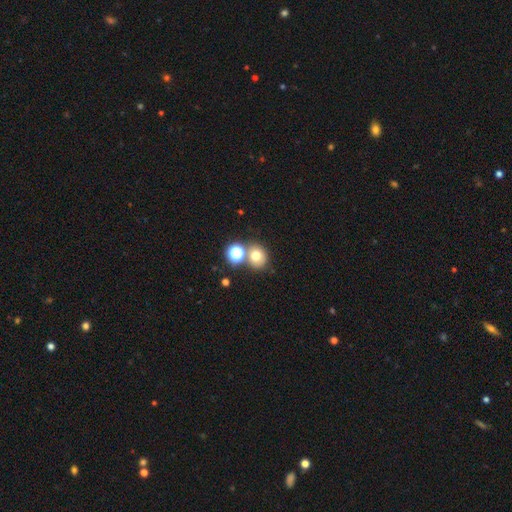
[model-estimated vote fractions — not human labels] A smooth galaxy with no disk features (71%) that is round (74%).

Vote fractions:
- Smooth or featured? smooth: 71% / star or artifact: 18% / featured or disk: 11%
- How rounded? round: 74% / in between: 25% / cigar-shaped: 1%
- Merging? none: 63% / merger: 25% / minor disturbance: 9% / major disturbance: 4%